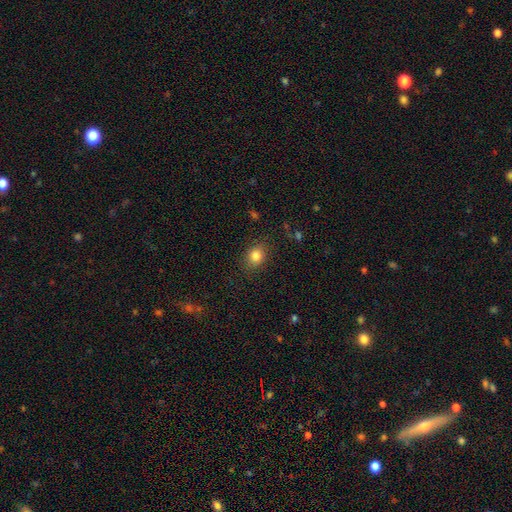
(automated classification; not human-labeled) Smooth or featured?
  - smooth: 83% *
  - star or artifact: 11%
  - featured or disk: 6%
How rounded?
  - round: 52% *
  - in between: 46%
  - cigar-shaped: 1%
Merging?
  - none: 83% *
  - minor disturbance: 12%
  - major disturbance: 4%
  - merger: 1%